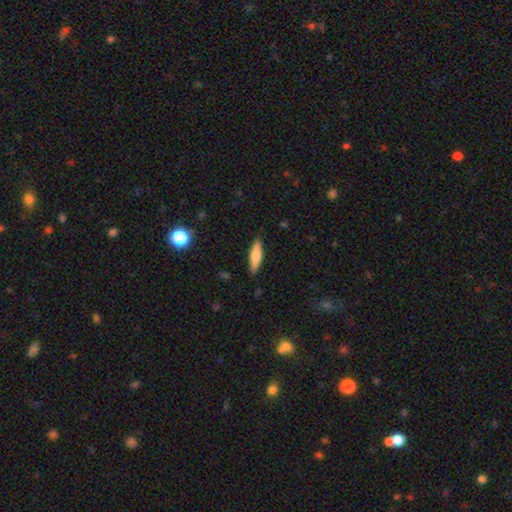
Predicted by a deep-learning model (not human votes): Smooth or featured?
  - smooth: 68% *
  - featured or disk: 25%
  - star or artifact: 7%
How rounded?
  - cigar-shaped: 63% *
  - in between: 35%
  - round: 2%
Merging?
  - none: 88% *
  - minor disturbance: 9%
  - major disturbance: 2%
  - merger: 1%